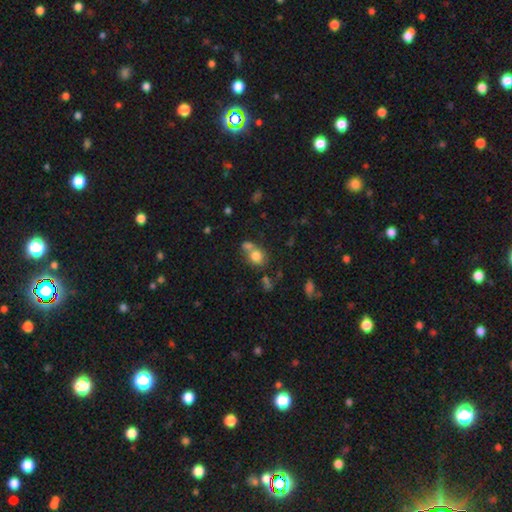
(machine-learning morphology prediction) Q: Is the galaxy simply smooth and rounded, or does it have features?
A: smooth — 78%.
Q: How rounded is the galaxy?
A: round — 68%.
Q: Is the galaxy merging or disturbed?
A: none — 43%.